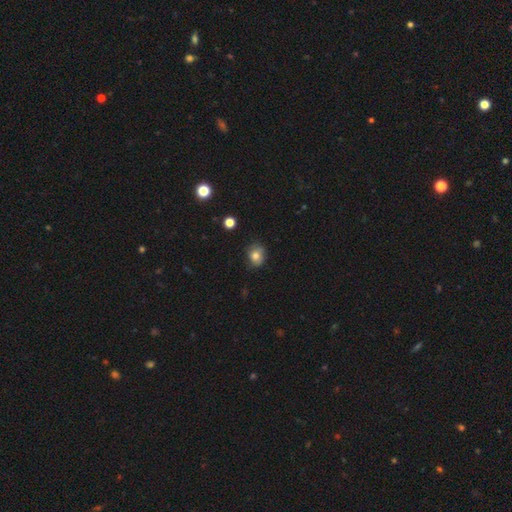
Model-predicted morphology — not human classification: type=smooth (79%); roundness=round (57%); merging=none (75%).